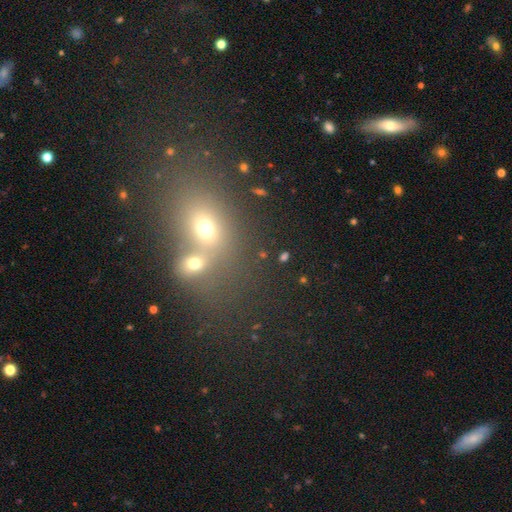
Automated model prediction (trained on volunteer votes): This appears to be a smooth galaxy with no disk features (52%) that is in between round and cigar-shaped (55%). Merging: none (44%).